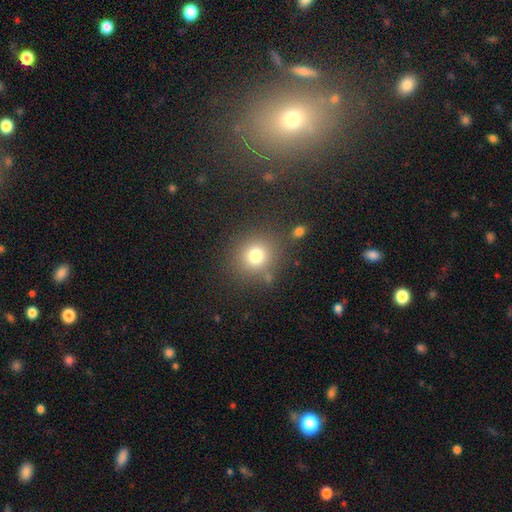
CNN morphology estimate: The model was most divided on "smooth or featured": smooth: 77%, star or artifact: 14%, featured or disk: 9%. More confident: how rounded — round (88%); merging — none (80%).